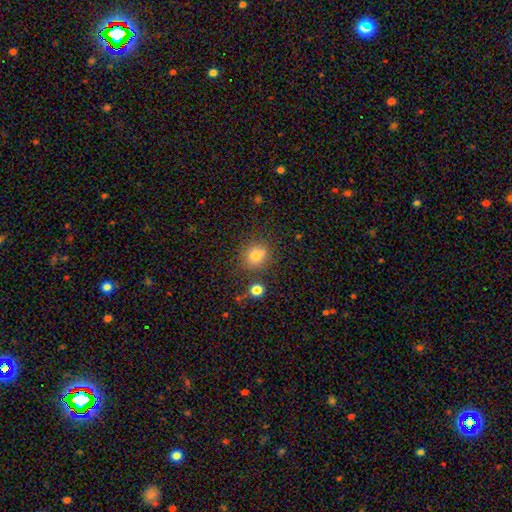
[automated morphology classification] smooth-or-featured: smooth: 78% | star or artifact: 13% | featured or disk: 9%
  how-rounded: round: 79% | in between: 20% | cigar-shaped: 1%
  merging: none: 74% | minor disturbance: 13% | merger: 9% | major disturbance: 4%